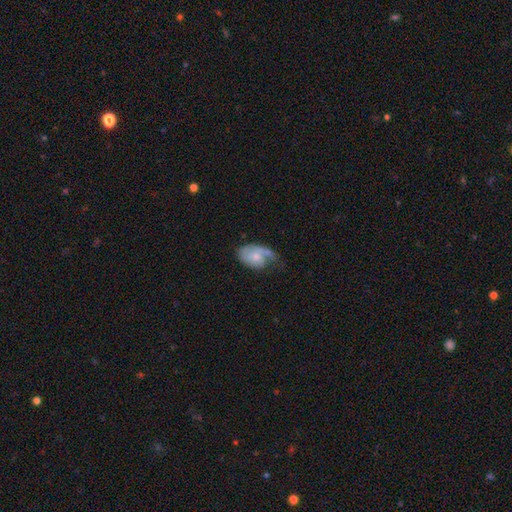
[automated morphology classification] featured or disk 50%, smooth 43%, star or artifact 6%. Down the decision tree: edge-on disk — no (96%); merging — none (34%).